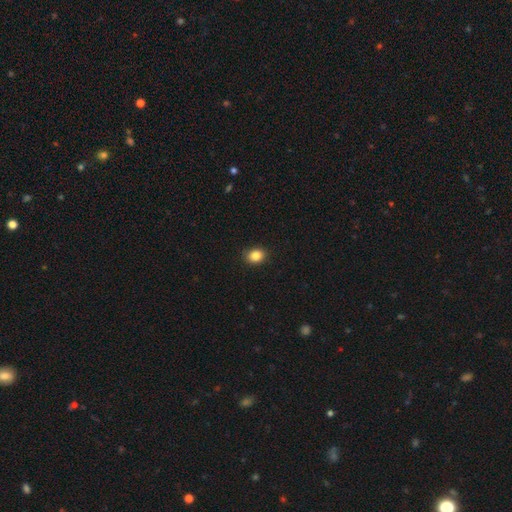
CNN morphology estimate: Smooth or featured? smooth (85%)
How rounded? in between (50%)
Merging? none (89%)